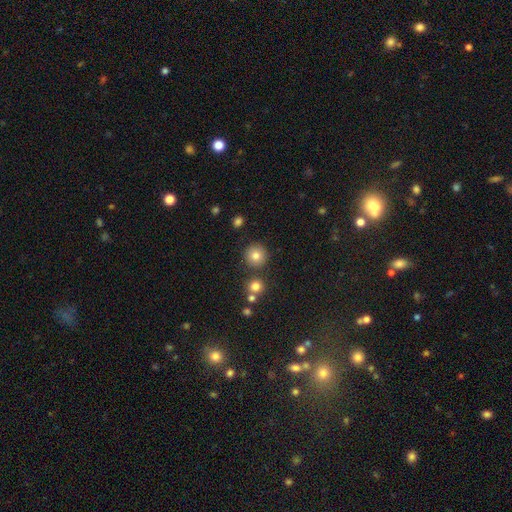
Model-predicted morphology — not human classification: Smooth or featured? smooth (81%)
How rounded? round (94%)
Merging? none (85%)